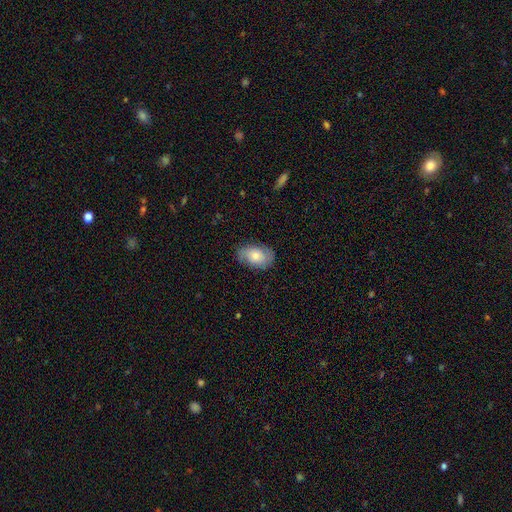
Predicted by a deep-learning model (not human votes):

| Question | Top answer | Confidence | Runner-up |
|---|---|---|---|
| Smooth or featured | smooth | 57% | featured or disk (35%) |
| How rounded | in between | 87% | round (12%) |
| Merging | none | 74% | minor disturbance (20%) |